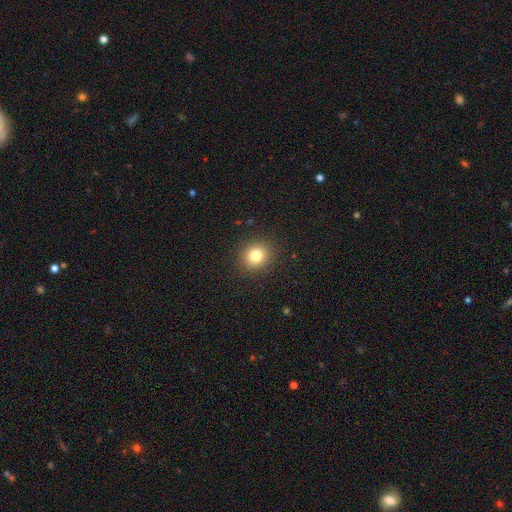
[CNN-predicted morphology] The model was most divided on "how rounded": round: 80%, in between: 19%, cigar-shaped: 1%. More confident: merging — none (90%); smooth or featured — smooth (81%).